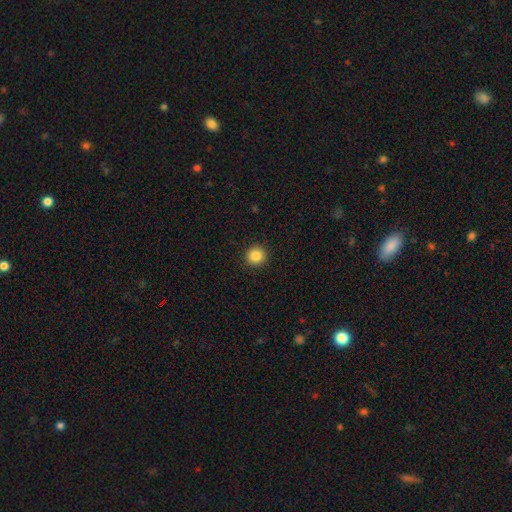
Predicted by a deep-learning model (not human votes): smooth 85%, star or artifact 10%, featured or disk 4%. Down the decision tree: how rounded — round (94%); merging — none (93%).